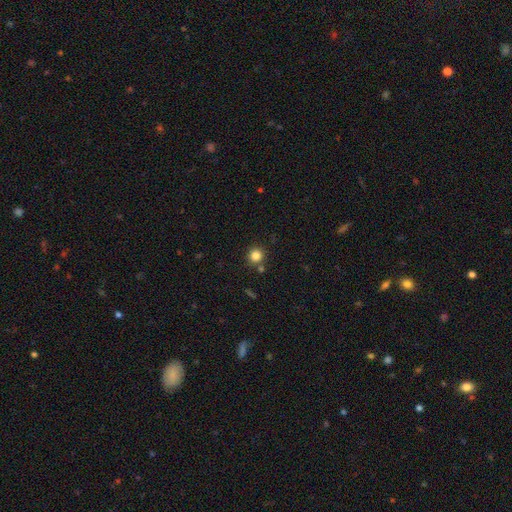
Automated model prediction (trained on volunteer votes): A smooth galaxy with no disk features (83%) that is round (93%). Merging: none (81%).